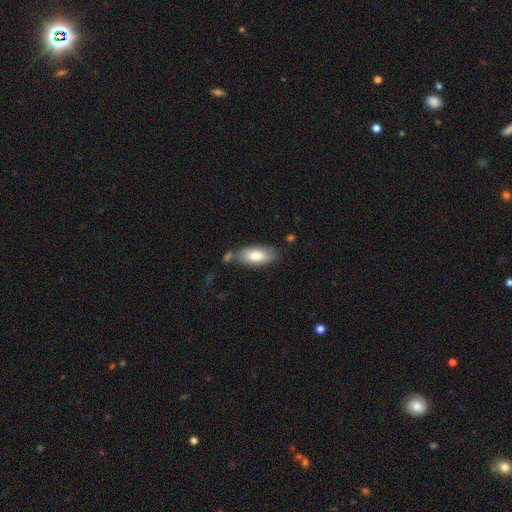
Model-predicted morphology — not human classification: Q: Smooth or featured?
A: smooth (80%); runner-up: featured or disk (13%)
Q: How rounded?
A: in between (90%); runner-up: cigar-shaped (7%)
Q: Merging?
A: none (70%); runner-up: minor disturbance (16%)